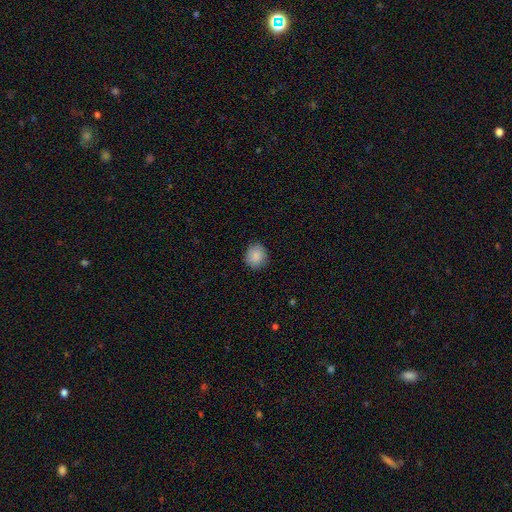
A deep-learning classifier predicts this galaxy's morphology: Smooth or featured? smooth (88%)
How rounded? round (70%)
Merging? none (87%)